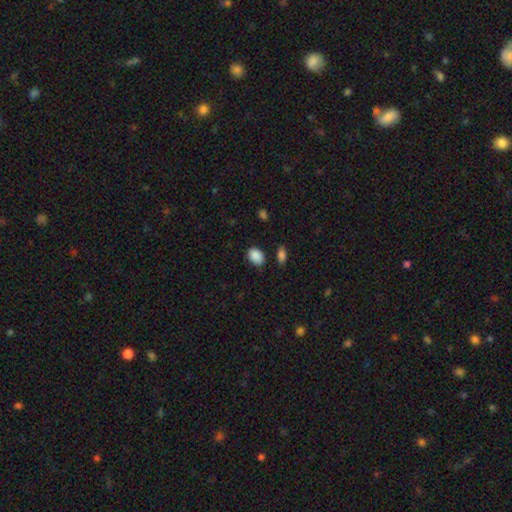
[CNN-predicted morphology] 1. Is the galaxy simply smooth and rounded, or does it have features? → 89% smooth, 8% star or artifact, 3% featured or disk.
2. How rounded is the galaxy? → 80% in between, 19% round, 1% cigar-shaped.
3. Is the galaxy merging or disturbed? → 78% none, 15% minor disturbance, 4% merger, 3% major disturbance.